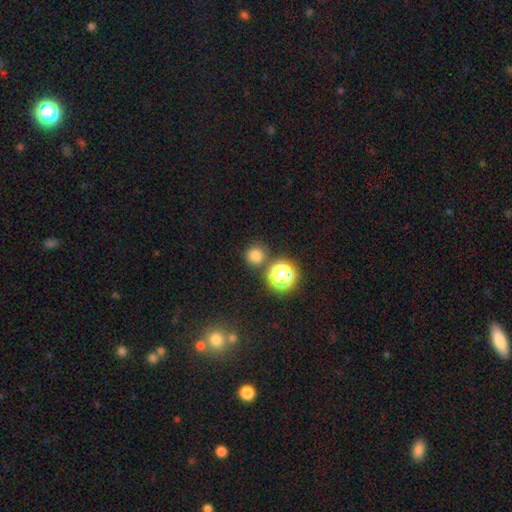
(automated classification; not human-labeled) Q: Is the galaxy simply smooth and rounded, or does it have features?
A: smooth — 75%.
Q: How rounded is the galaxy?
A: round — 93%.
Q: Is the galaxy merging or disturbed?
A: none — 82%.